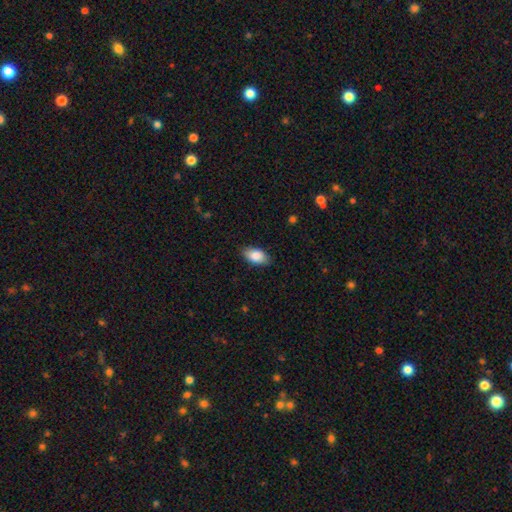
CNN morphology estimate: type=smooth (85%); roundness=in between (92%); merging=none (85%).